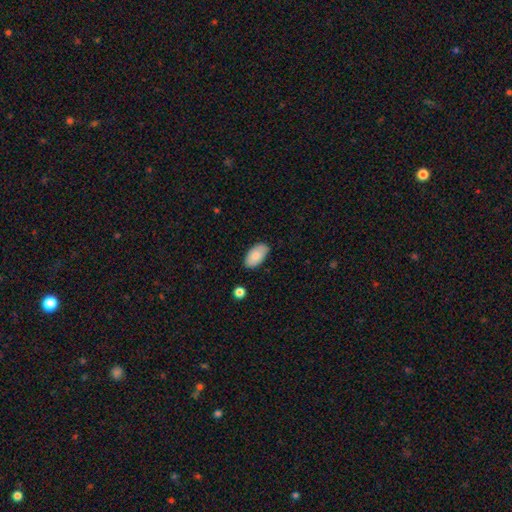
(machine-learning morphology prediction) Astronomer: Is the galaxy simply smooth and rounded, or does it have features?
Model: smooth — 83%.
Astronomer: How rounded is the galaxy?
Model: in between — 95%.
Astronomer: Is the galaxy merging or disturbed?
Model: none — 82%.